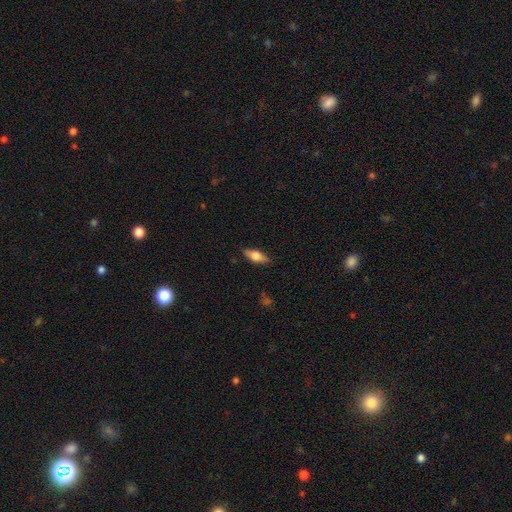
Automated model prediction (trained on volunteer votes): This is possibly a smooth galaxy (56%). How rounded: likely in between (68%). Merging: clearly none (86%).